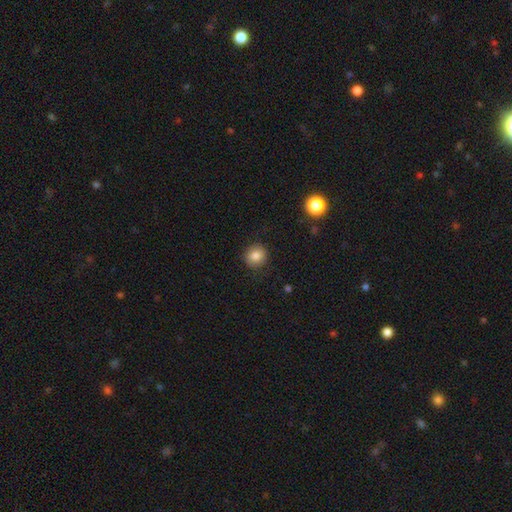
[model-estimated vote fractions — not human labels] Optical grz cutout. It shows a smooth galaxy with no disk features (83%) that is round (87%). Merging: none (88%).